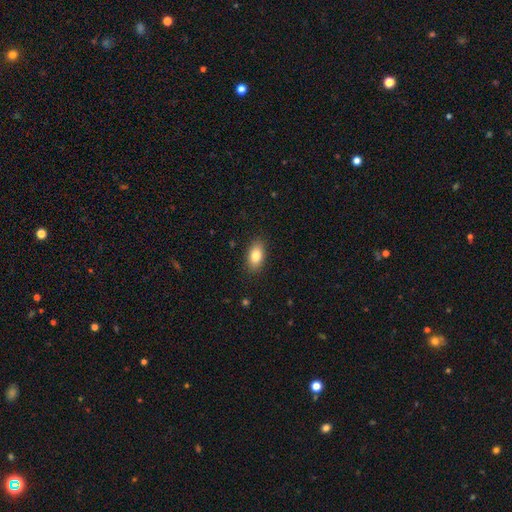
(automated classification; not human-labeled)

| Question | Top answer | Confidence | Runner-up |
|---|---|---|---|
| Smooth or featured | smooth | 82% | featured or disk (10%) |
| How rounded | in between | 90% | round (6%) |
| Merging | none | 88% | minor disturbance (9%) |